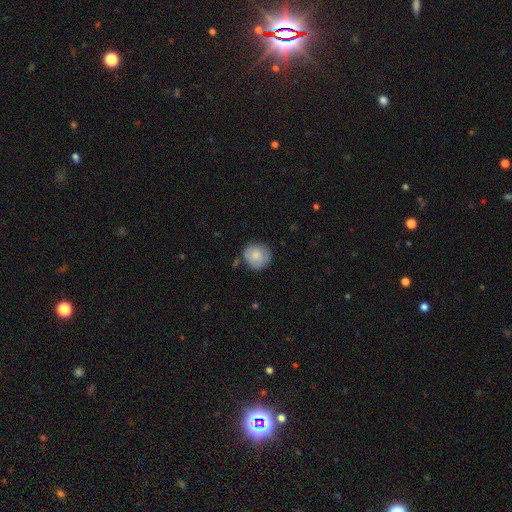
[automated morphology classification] Overall: smooth (75%). How rounded: round (88%). Merging: none (73%).